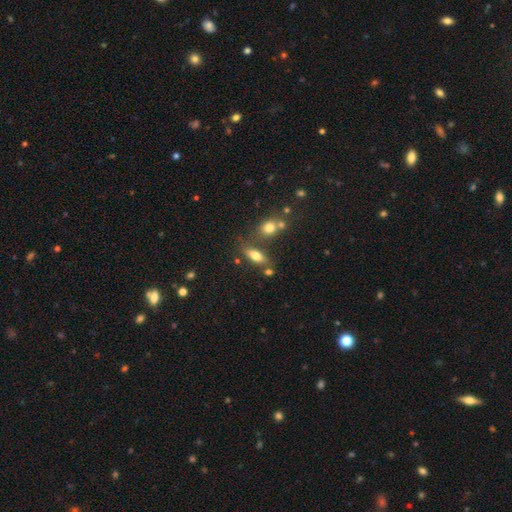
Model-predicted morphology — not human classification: type=smooth (69%); roundness=in between (72%); merging=none (65%).